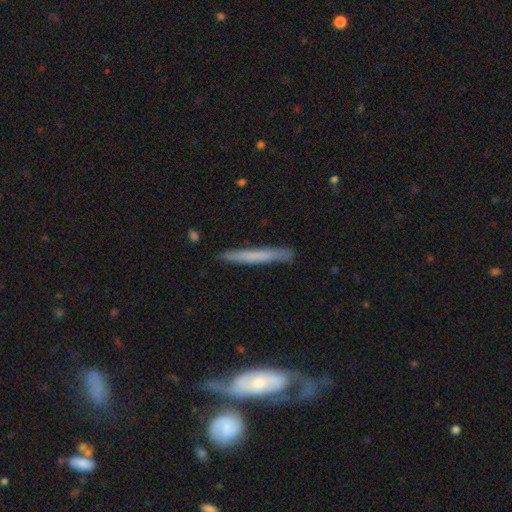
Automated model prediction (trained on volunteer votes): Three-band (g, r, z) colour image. It shows a smooth galaxy with no disk features (55%) that is cigar-shaped (96%). Merging: none (86%).